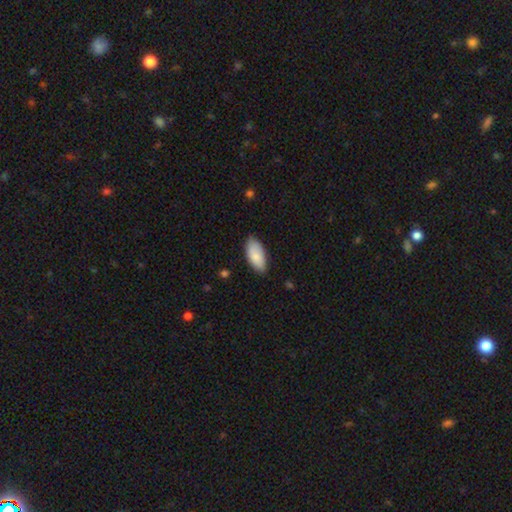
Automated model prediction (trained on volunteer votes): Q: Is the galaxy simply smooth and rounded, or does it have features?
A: smooth — 84%.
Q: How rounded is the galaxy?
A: in between — 92%.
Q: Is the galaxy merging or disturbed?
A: none — 80%.